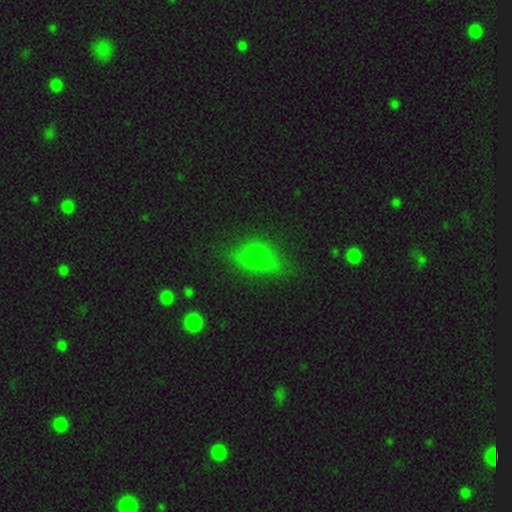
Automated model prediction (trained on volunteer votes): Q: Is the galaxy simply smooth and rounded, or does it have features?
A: smooth — 68%.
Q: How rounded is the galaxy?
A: in between — 73%.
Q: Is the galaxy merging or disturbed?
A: none — 63%.